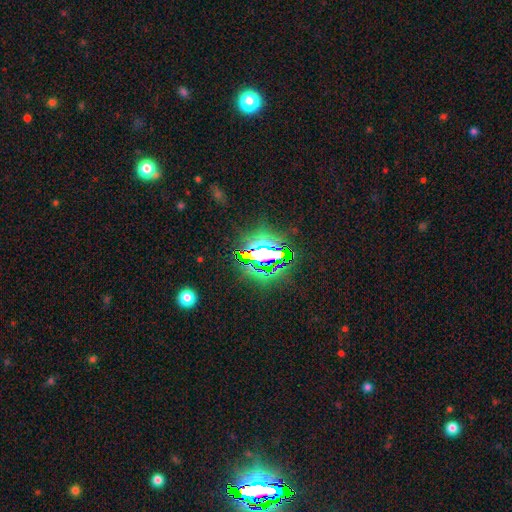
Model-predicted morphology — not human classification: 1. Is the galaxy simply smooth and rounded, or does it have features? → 80% star or artifact, 10% smooth, 10% featured or disk.